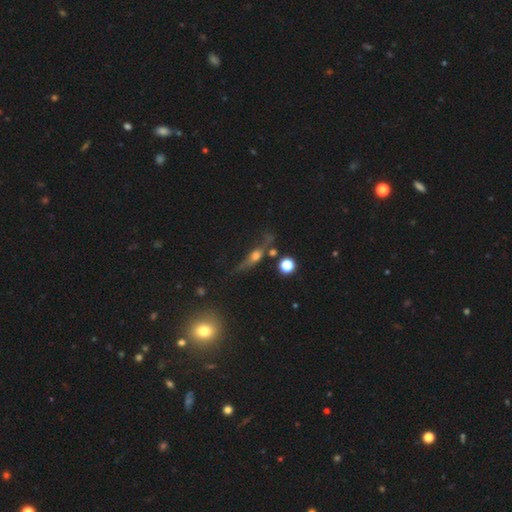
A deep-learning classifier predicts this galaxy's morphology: Q: Smooth or featured?
A: featured or disk (52%); runner-up: smooth (30%)
Q: Edge-on disk?
A: yes (78%); runner-up: no (22%)
Q: Merging?
A: none (56%); runner-up: minor disturbance (19%)